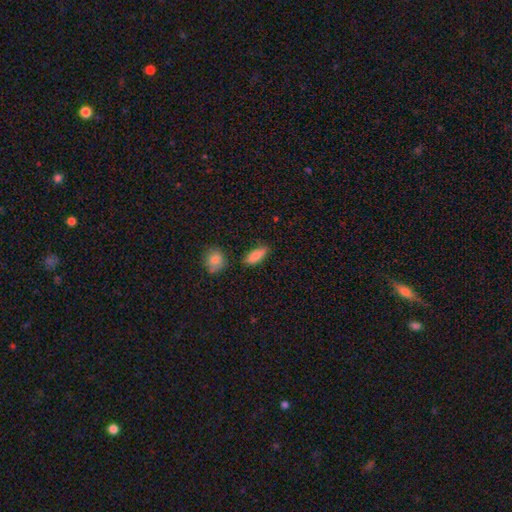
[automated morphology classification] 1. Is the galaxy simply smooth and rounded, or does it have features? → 85% smooth, 8% featured or disk, 7% star or artifact.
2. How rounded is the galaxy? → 76% in between, 20% cigar-shaped, 3% round.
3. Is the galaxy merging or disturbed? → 79% none, 14% minor disturbance, 4% merger, 3% major disturbance.